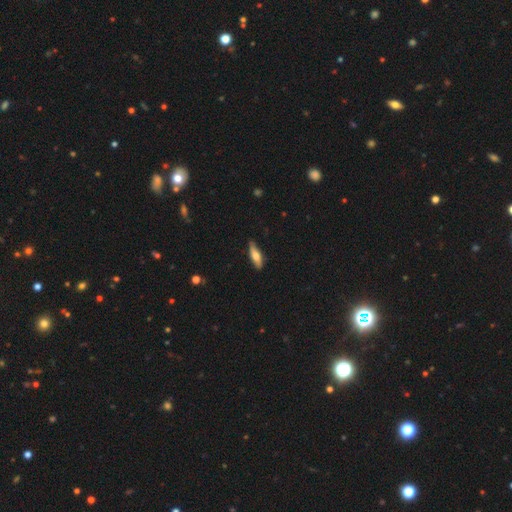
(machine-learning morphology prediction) Smooth or featured? Predicted: smooth (p=0.60). How rounded? Predicted: cigar-shaped (p=0.54). Merging? Predicted: none (p=0.82).